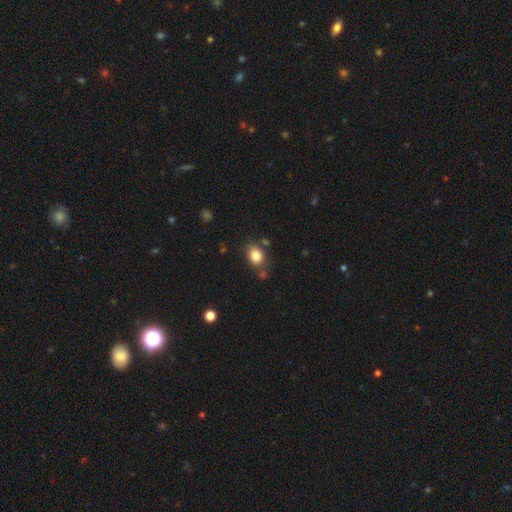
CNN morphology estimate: Smooth or featured: smooth — 83% (star or artifact — 10%)
How rounded: in between — 66% (round — 33%)
Merging: none — 74% (minor disturbance — 15%)